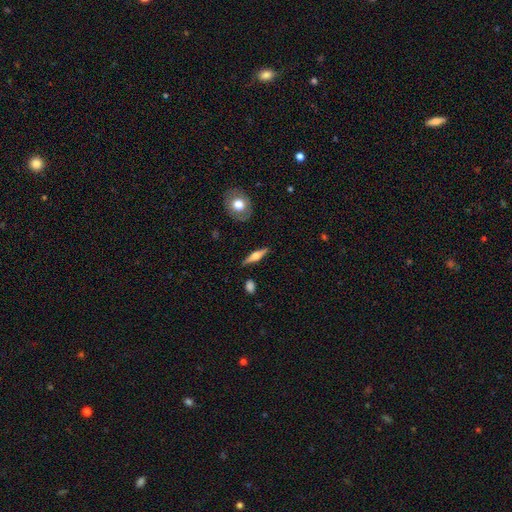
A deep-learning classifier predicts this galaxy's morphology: featured or disk 62%, smooth 32%, star or artifact 6%. Down the decision tree: edge-on disk — yes (95%); edge-on bulge — rounded (92%); merging — none (88%).